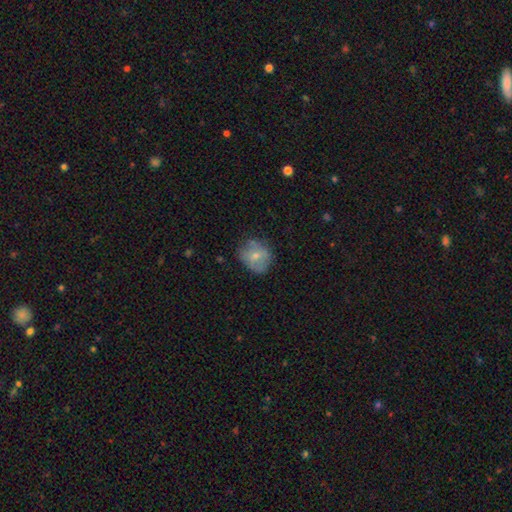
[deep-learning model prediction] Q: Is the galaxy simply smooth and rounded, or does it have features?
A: smooth — 66%.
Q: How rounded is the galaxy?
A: round — 66%.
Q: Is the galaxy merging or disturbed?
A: none — 66%.